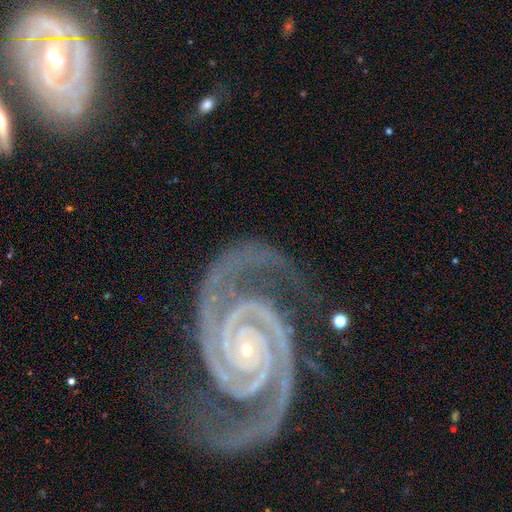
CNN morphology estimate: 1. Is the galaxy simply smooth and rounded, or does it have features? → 94% featured or disk, 4% star or artifact, 2% smooth.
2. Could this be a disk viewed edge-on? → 98% no, 2% yes.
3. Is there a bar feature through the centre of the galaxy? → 69% no, 16% weak, 15% strong.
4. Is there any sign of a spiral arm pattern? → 99% yes, 1% no.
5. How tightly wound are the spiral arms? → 77% tight, 20% medium, 3% loose.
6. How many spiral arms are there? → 87% 2, 4% 3, 2% can't tell, 2% 4, 2% more than 4, 2% 1.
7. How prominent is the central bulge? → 88% small, 8% moderate, 1% none, 1% large, 1% dominant.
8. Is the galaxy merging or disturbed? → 68% none, 18% minor disturbance, 10% major disturbance, 4% merger.